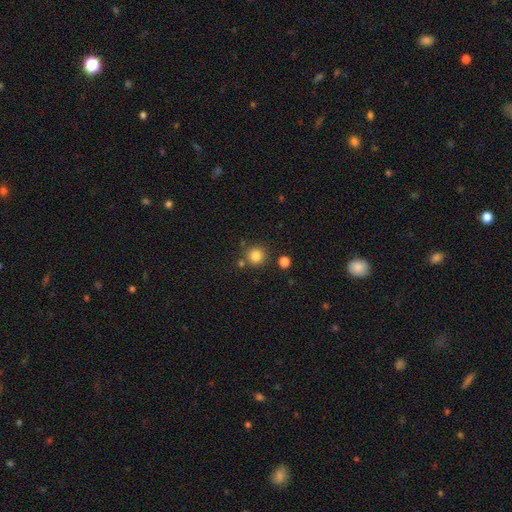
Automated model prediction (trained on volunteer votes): A smooth galaxy with no disk features (83%) that is round (93%).

Vote fractions:
- Smooth or featured? smooth: 83% / star or artifact: 12% / featured or disk: 5%
- How rounded? round: 93% / in between: 6% / cigar-shaped: 1%
- Merging? none: 80% / merger: 9% / minor disturbance: 8% / major disturbance: 3%